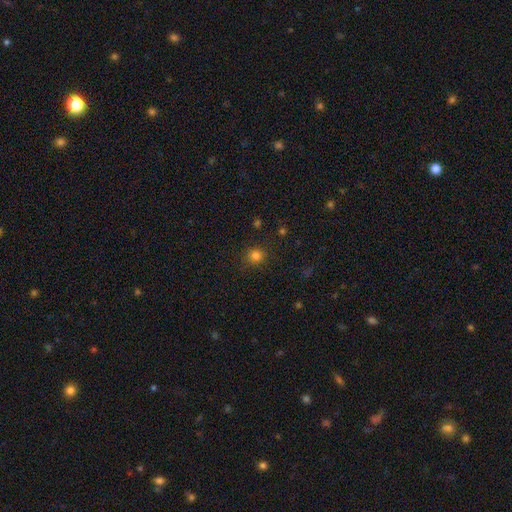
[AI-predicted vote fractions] smooth_or_featured: smooth (p=0.81) [alt: star or artifact p=0.15]
how_rounded: round (p=0.89) [alt: in between p=0.10]
merging: none (p=0.87) [alt: minor disturbance p=0.09]